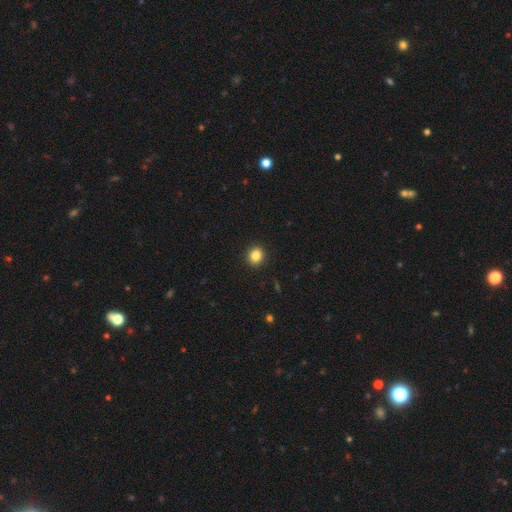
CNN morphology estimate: Overall: smooth (85%). How rounded: round (77%). Merging: none (92%).